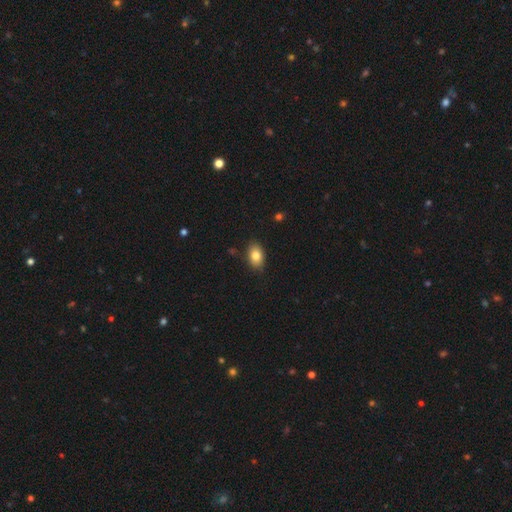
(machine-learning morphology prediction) This is clearly a smooth galaxy (82%). How rounded: clearly in between (86%). Merging: clearly none (85%).